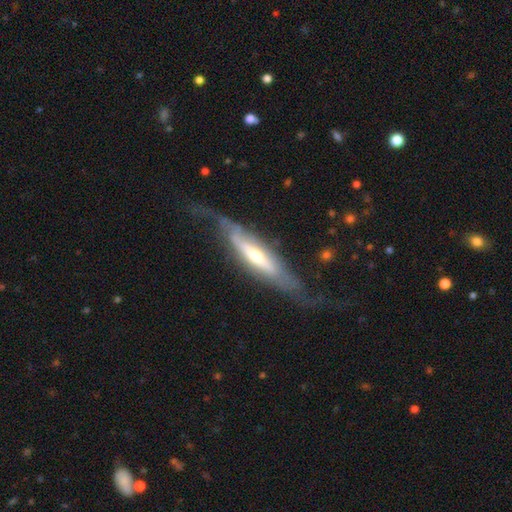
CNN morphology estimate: featured or disk 77%, smooth 17%, star or artifact 6%. Down the decision tree: edge-on disk — yes (54%); merging — none (53%).